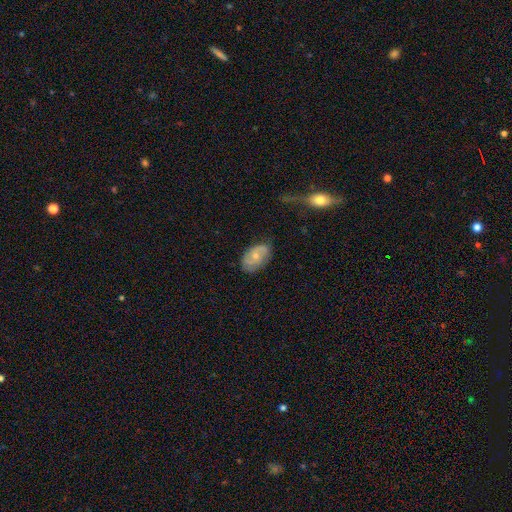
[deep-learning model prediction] The model was most divided on "bulge size": small: 55%, moderate: 39%, none: 4%, large: 1%, dominant: 1%. More confident: edge-on disk — no (95%); spiral arms — yes (82%); merging — none (72%); bar — no (66%); smooth or featured — featured or disk (55%).